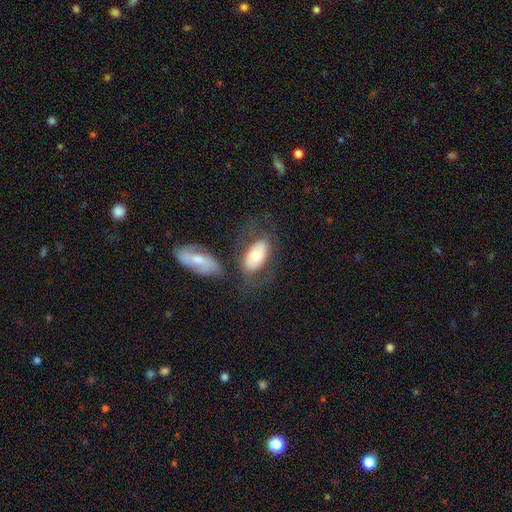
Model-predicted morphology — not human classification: smooth 58%, featured or disk 36%, star or artifact 6%. Down the decision tree: how rounded — in between (92%); merging — none (51%).